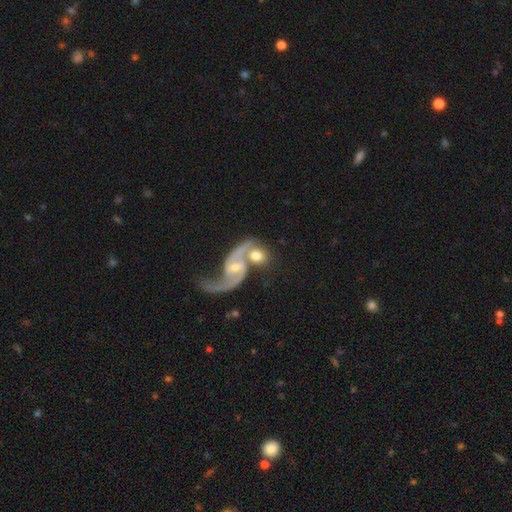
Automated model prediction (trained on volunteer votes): The model was most divided on "bulge size": small: 44%, moderate: 43%, large: 8%, none: 3%, dominant: 2%. Remaining: edge-on disk — no (96%); spiral arms — yes (90%); spiral arm count — 2 (90%); spiral winding — loose (69%); smooth or featured — featured or disk (63%); bar — weak (44%); merging — merger (43%).